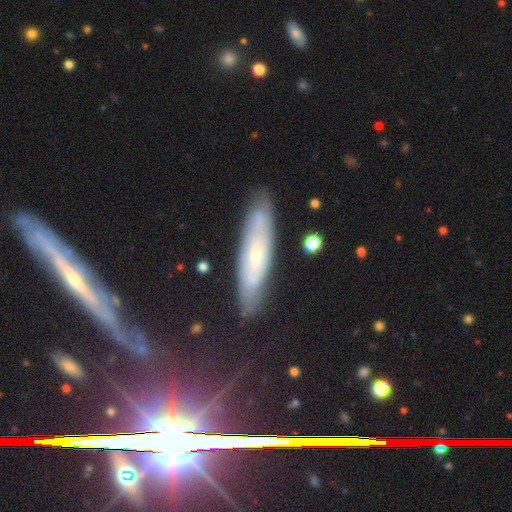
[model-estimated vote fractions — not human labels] This appears to be a featured or disk galaxy (60%). Merging: none (83%).